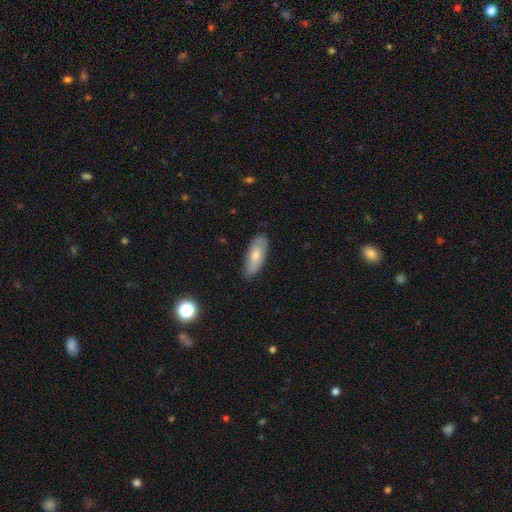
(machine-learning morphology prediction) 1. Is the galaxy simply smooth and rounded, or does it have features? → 72% smooth, 22% featured or disk, 6% star or artifact.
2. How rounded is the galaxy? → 76% in between, 21% cigar-shaped, 2% round.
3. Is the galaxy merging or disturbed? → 79% none, 17% minor disturbance, 3% major disturbance, 1% merger.